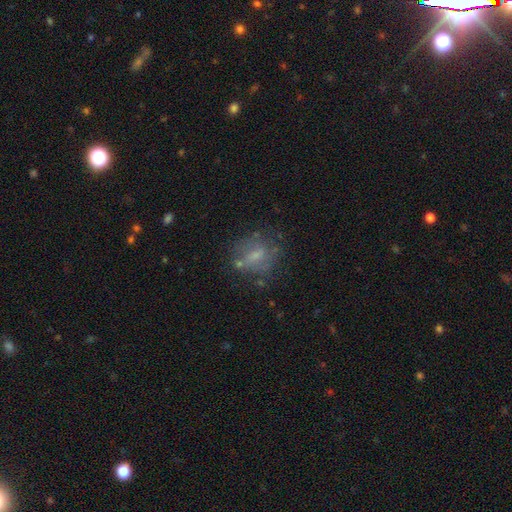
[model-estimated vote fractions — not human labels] Smooth or featured? smooth (47%)
Merging? none (58%)